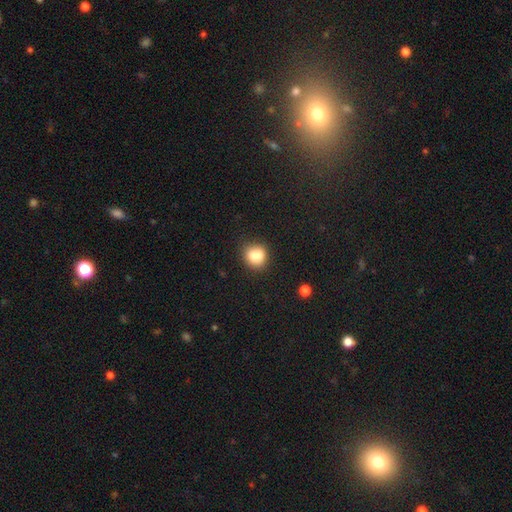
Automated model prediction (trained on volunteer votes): smooth-or-featured: smooth: 83% | star or artifact: 10% | featured or disk: 6%
  how-rounded: round: 77% | in between: 22% | cigar-shaped: 1%
  merging: none: 71% | minor disturbance: 16% | merger: 8% | major disturbance: 4%